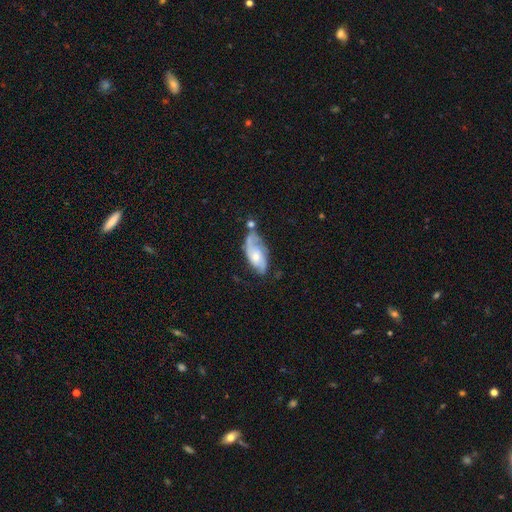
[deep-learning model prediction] Smooth or featured: featured or disk — 66% (smooth — 28%)
Edge-on disk: no — 93% (yes — 7%)
Bar: no — 70% (weak — 25%)
Spiral arms: yes — 87% (no — 13%)
Spiral winding: medium — 41% (tight — 32%)
Spiral arm count: 2 — 60% (can't tell — 19%)
Bulge size: moderate — 47% (small — 43%)
Merging: none — 41% (minor disturbance — 28%)